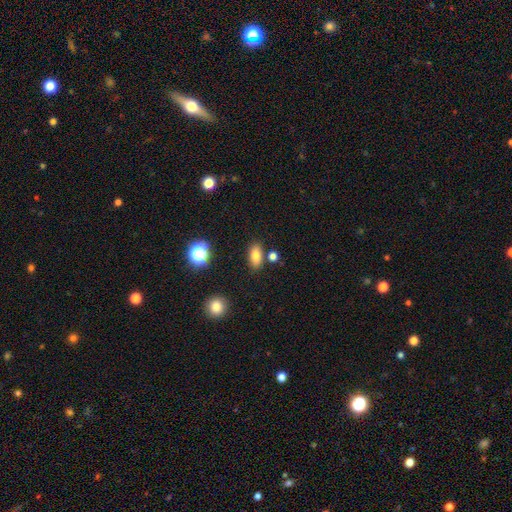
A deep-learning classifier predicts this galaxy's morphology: This is likely a smooth galaxy (79%). How rounded: clearly in between (85%). Merging: clearly none (80%).